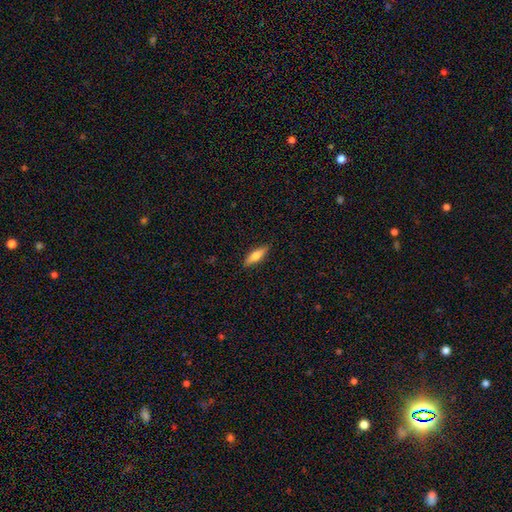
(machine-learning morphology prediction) type=smooth (65%); roundness=cigar-shaped (59%); merging=none (88%).